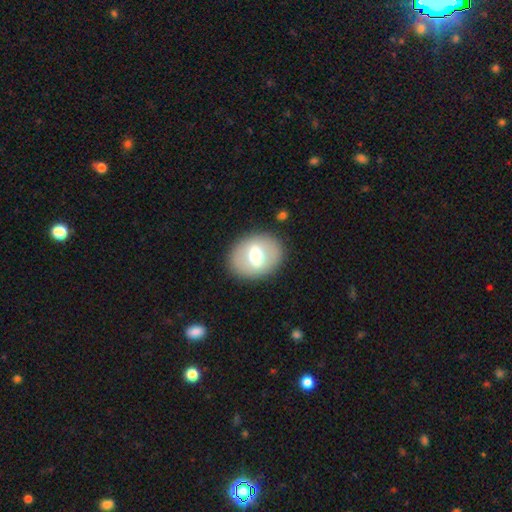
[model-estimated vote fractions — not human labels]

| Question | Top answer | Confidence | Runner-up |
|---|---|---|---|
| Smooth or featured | smooth | 53% | featured or disk (39%) |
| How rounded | in between | 52% | round (47%) |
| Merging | none | 86% | minor disturbance (8%) |